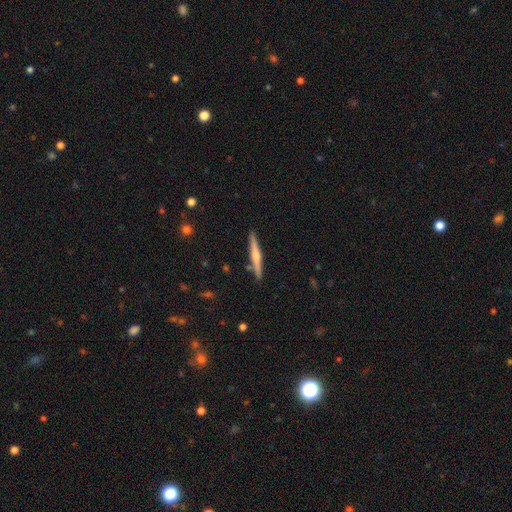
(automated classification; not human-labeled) The model was most divided on "smooth or featured": featured or disk: 56%, smooth: 38%, star or artifact: 6%. More confident: edge-on disk — yes (98%); merging — none (88%); edge-on bulge — rounded (74%).